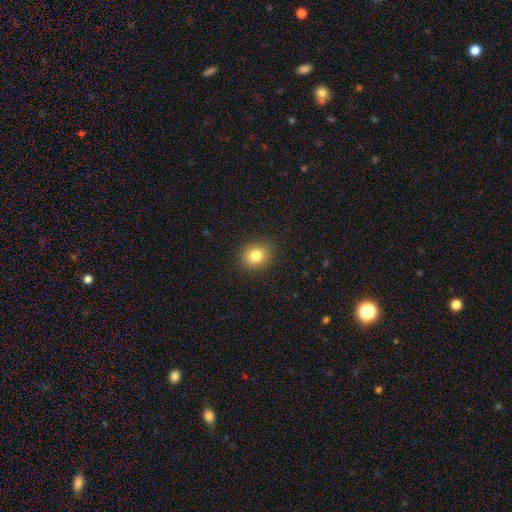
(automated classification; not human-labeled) This is clearly a smooth galaxy (82%). How rounded: possibly round (59%). Merging: clearly none (88%).